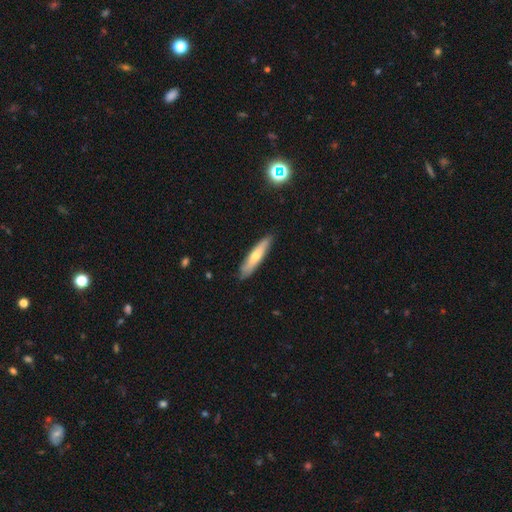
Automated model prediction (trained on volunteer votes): Smooth or featured: smooth — 58% (featured or disk — 36%)
How rounded: cigar-shaped — 85% (in between — 14%)
Merging: none — 86% (minor disturbance — 11%)